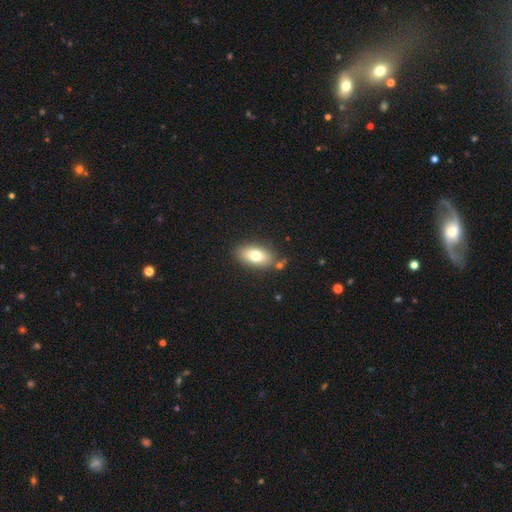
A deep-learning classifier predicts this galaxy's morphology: A smooth galaxy with no disk features (75%) that is in between round and cigar-shaped (89%).

Vote fractions:
- Smooth or featured? smooth: 75% / featured or disk: 17% / star or artifact: 8%
- How rounded? in between: 89% / round: 6% / cigar-shaped: 5%
- Merging? none: 80% / minor disturbance: 12% / merger: 6% / major disturbance: 3%